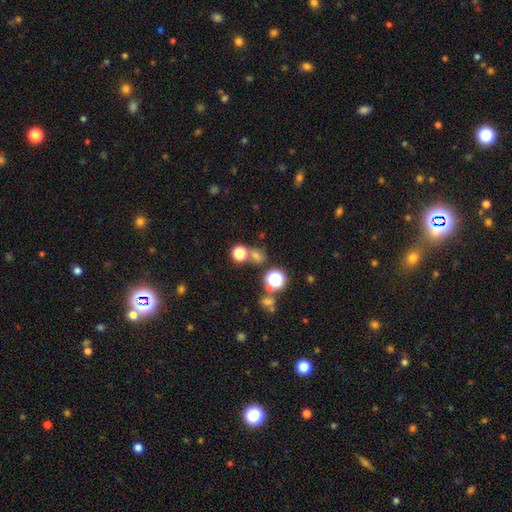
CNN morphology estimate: Smooth or featured? smooth (46%, tied with star or artifact)
Merging? none (69%)